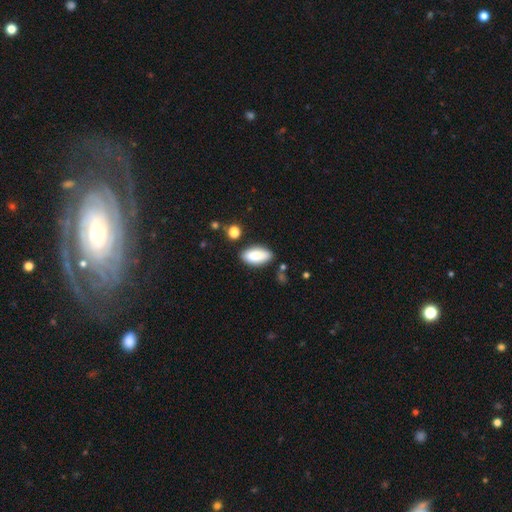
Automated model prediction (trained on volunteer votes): A smooth galaxy with no disk features (86%) that is in between round and cigar-shaped (90%). Merging: none (79%).